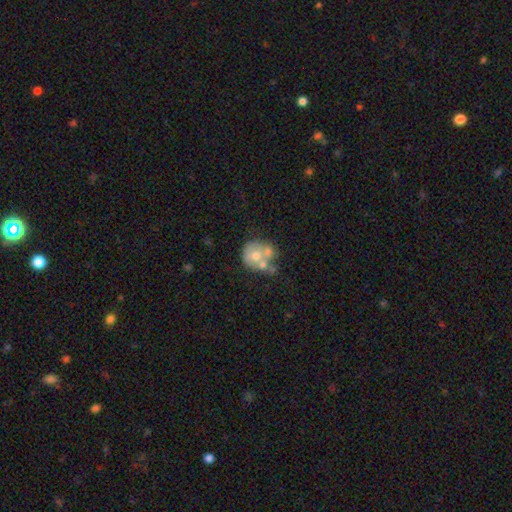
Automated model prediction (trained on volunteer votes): Smooth or featured? smooth (49%)
Merging? merger (49%)